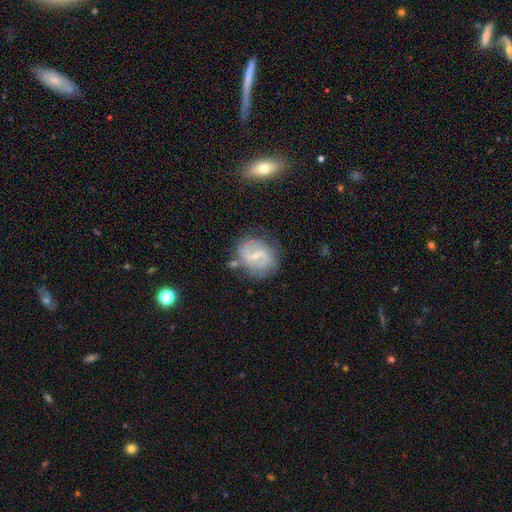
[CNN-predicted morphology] This is likely a featured or disk galaxy (75%). It is clearly not viewed edge-on (97%). Bar: possibly weak (57%). Spiral arm pattern: clearly yes (91%). Spiral arm count: clearly 2 (83%). Spiral winding: possibly medium (46%). Central bulge: likely small (69%). Merging: likely none (69%).